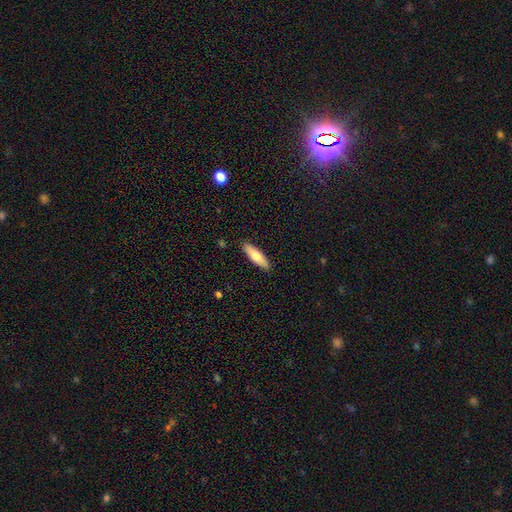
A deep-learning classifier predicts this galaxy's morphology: Smooth or featured?
  - smooth: 72% *
  - featured or disk: 22%
  - star or artifact: 6%
How rounded?
  - cigar-shaped: 57% *
  - in between: 41%
  - round: 2%
Merging?
  - none: 89% *
  - minor disturbance: 8%
  - major disturbance: 2%
  - merger: 1%